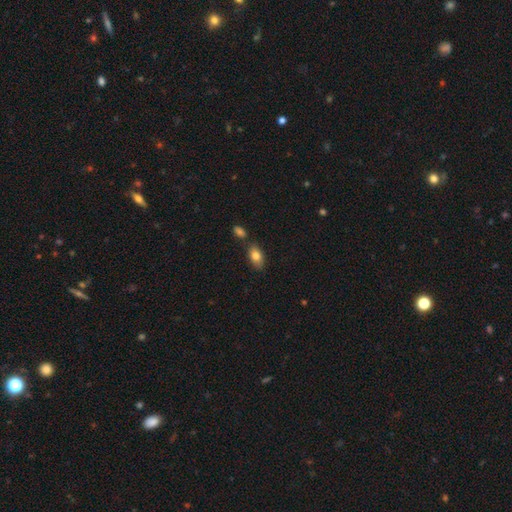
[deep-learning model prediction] smooth 82%, featured or disk 11%, star or artifact 7%. Down the decision tree: how rounded — in between (91%); merging — none (73%).